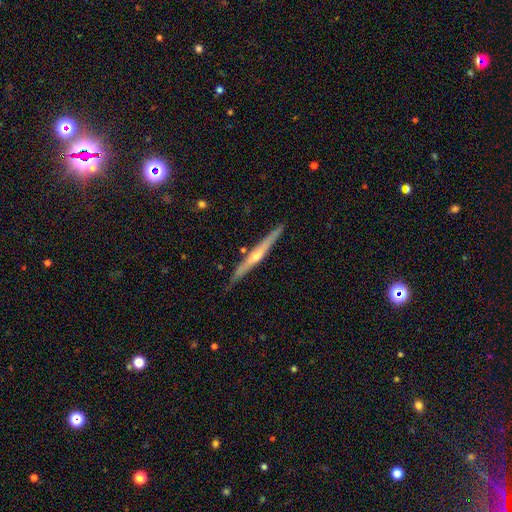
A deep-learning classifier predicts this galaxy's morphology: A featured or disk galaxy (76%) viewed edge-on (98%) with a rounded central bulge (80%).

Vote fractions:
- Smooth or featured? featured or disk: 76% / smooth: 18% / star or artifact: 6%
- Edge-on disk? yes: 98% / no: 2%
- Edge-on bulge? rounded: 80% / none: 16% / boxy: 4%
- Merging? none: 89% / minor disturbance: 8% / merger: 2% / major disturbance: 1%